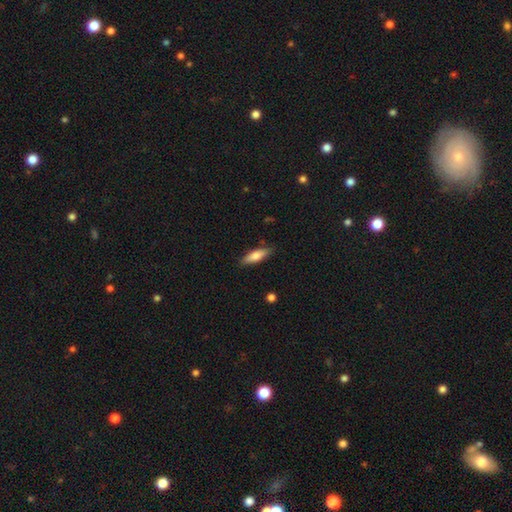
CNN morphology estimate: This appears to be a smooth galaxy with no disk features (69%) that is cigar-shaped (56%). Merging: none (86%).